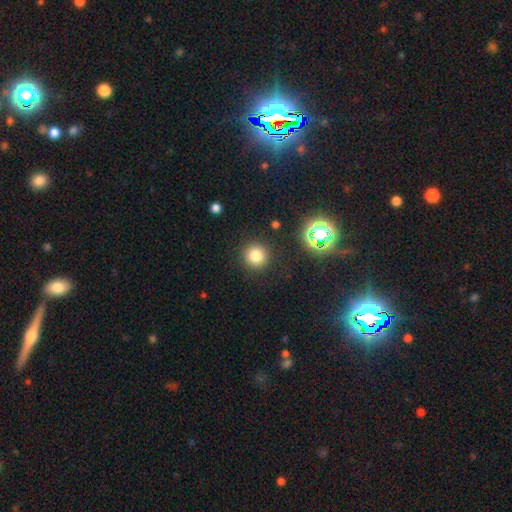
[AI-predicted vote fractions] Smooth or featured?
  - smooth: 78% *
  - star or artifact: 16%
  - featured or disk: 7%
How rounded?
  - round: 94% *
  - in between: 5%
  - cigar-shaped: 1%
Merging?
  - none: 90% *
  - minor disturbance: 6%
  - major disturbance: 3%
  - merger: 2%